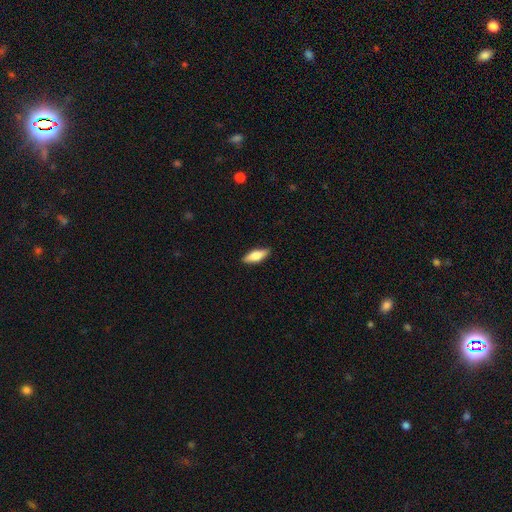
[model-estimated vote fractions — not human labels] Morphology: type=smooth (69%); roundness=in between (63%); merging=none (87%).